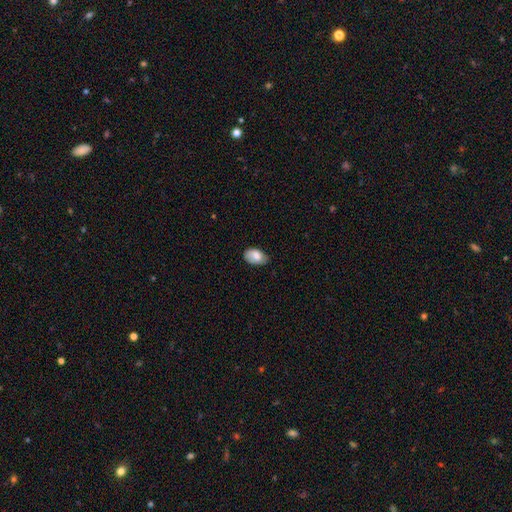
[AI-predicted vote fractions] Smooth or featured? Predicted: smooth (p=0.78). How rounded? Predicted: in between (p=0.90). Merging? Predicted: none (p=0.67).